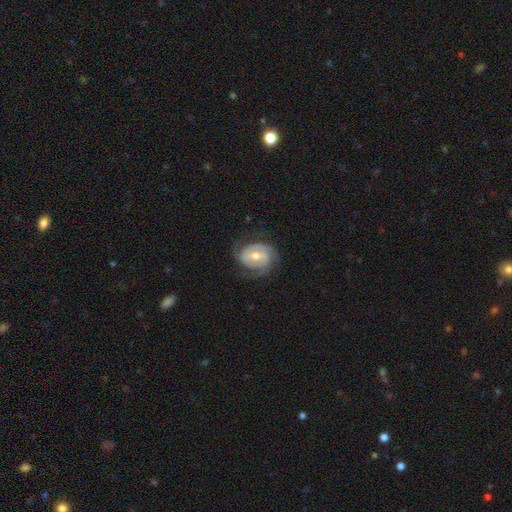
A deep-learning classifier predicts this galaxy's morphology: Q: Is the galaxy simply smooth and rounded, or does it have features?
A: featured or disk — 81%.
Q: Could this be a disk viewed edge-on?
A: no — 97%.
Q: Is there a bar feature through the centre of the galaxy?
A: weak — 46%.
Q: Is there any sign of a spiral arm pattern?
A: yes — 91%.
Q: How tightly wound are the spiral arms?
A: tight — 50%.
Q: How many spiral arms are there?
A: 2 — 58%.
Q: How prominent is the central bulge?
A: moderate — 68%.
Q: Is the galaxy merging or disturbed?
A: none — 68%.